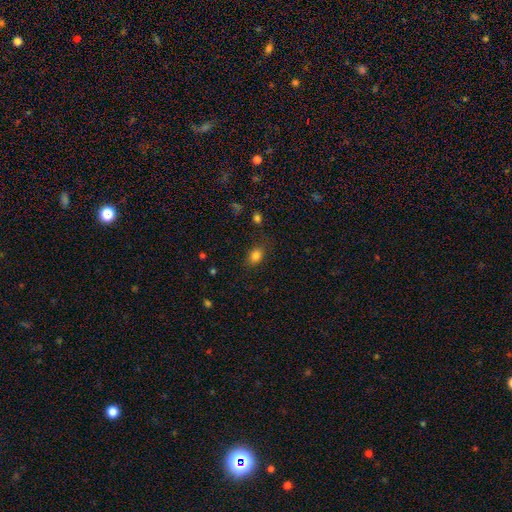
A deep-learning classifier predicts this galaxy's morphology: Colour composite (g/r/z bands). It shows a smooth galaxy with no disk features (82%) that is in between round and cigar-shaped (67%). Merging: none (79%).